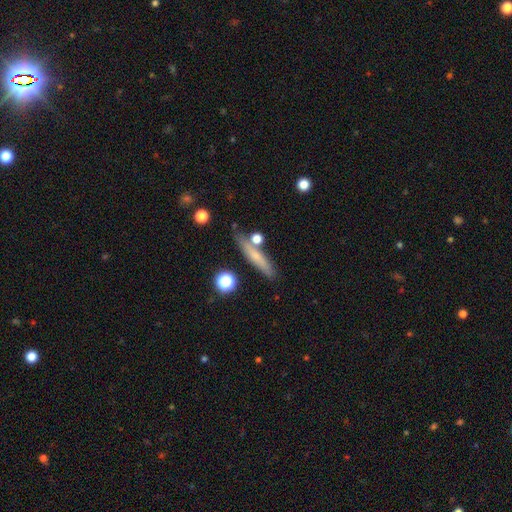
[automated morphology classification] Smooth or featured?
  - smooth: 60% *
  - featured or disk: 32%
  - star or artifact: 9%
How rounded?
  - cigar-shaped: 86% *
  - in between: 10%
  - round: 4%
Merging?
  - none: 75% *
  - minor disturbance: 13%
  - merger: 8%
  - major disturbance: 3%